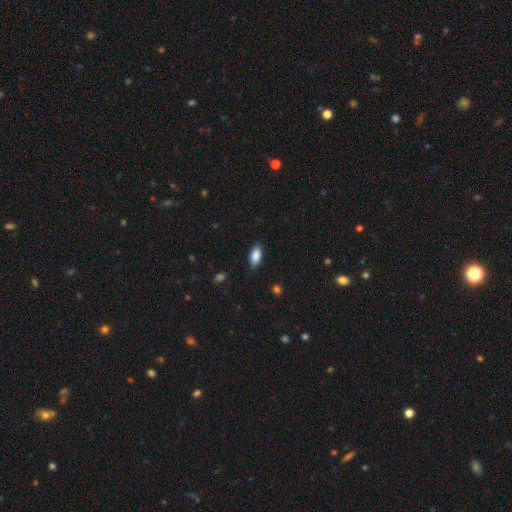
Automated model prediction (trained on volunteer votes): Morphology: type=smooth (87%); roundness=in between (90%); merging=none (83%).